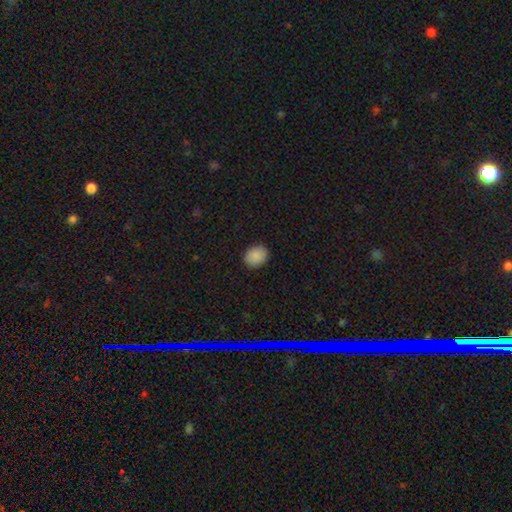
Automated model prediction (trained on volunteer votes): A smooth galaxy with no disk features (88%) that is round (57%).

Vote fractions:
- Smooth or featured? smooth: 88% / star or artifact: 8% / featured or disk: 4%
- How rounded? round: 57% / in between: 42% / cigar-shaped: 1%
- Merging? none: 90% / minor disturbance: 7% / major disturbance: 2% / merger: 1%